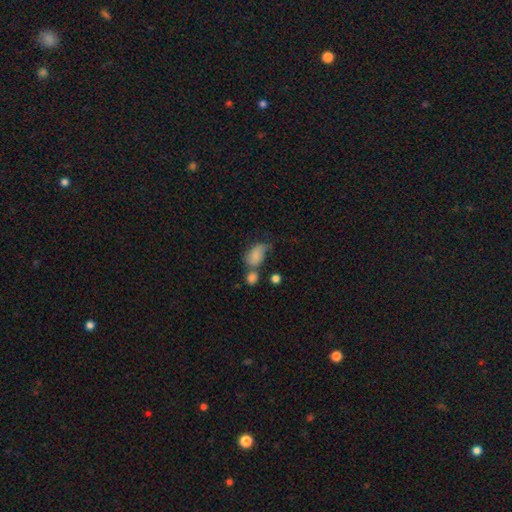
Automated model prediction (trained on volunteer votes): This appears to be a smooth galaxy with no disk features (77%) that is in between round and cigar-shaped (84%). Merging: merger (36%).